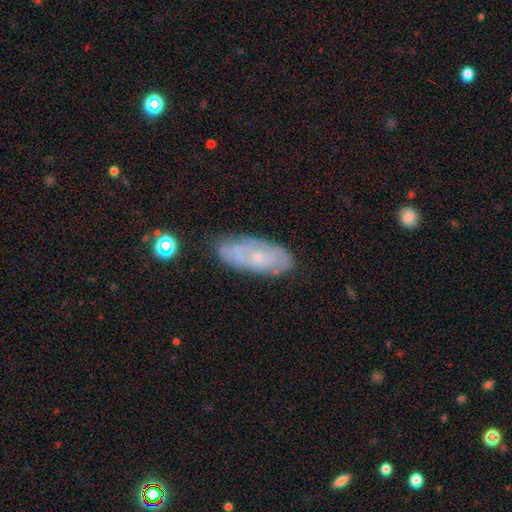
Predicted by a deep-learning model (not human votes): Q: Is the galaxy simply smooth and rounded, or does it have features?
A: featured or disk — 60%.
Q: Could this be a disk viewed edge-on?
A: no — 89%.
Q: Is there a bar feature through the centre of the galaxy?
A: no — 83%.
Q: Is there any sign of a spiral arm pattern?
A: yes — 56%.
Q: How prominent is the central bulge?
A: small — 70%.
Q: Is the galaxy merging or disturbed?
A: none — 70%.